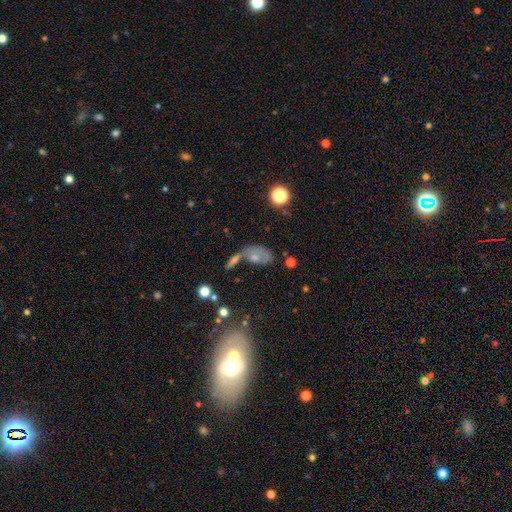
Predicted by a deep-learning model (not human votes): smooth_or_featured: smooth (p=0.54) [alt: featured or disk p=0.32]
how_rounded: in between (p=0.82) [alt: round p=0.13]
merging: merger (p=0.42) [alt: none p=0.27]